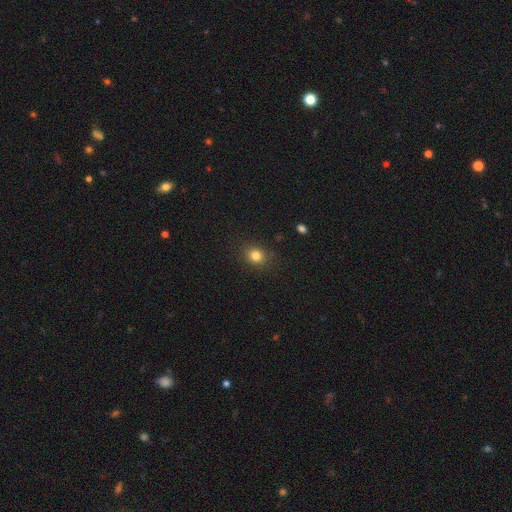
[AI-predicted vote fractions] Q: Smooth or featured?
A: smooth (82%); runner-up: star or artifact (12%)
Q: How rounded?
A: round (66%); runner-up: in between (33%)
Q: Merging?
A: none (86%); runner-up: minor disturbance (10%)